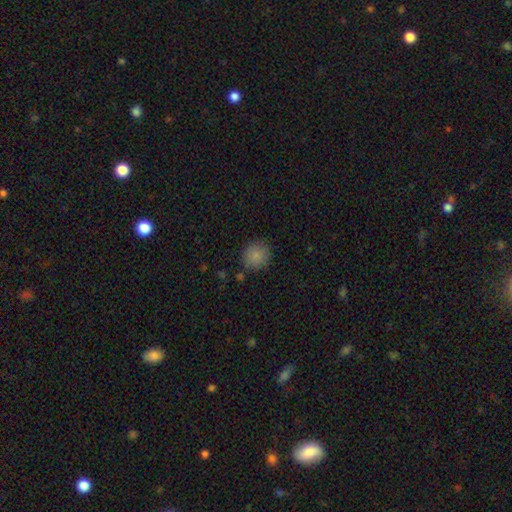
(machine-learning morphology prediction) This is clearly a smooth galaxy (86%). How rounded: clearly round (86%). Merging: clearly none (83%).